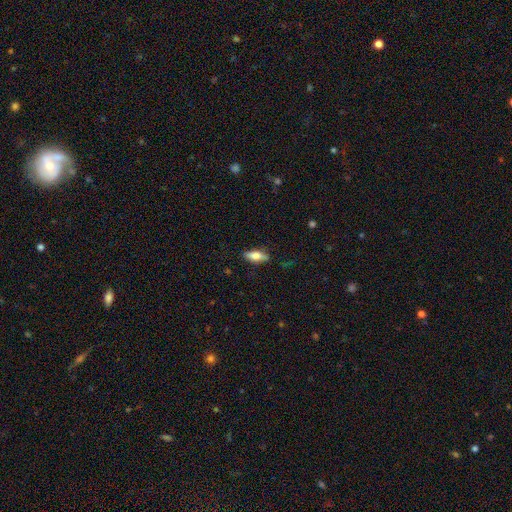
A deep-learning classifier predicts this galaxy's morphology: The model was most divided on "smooth or featured": smooth: 67%, featured or disk: 27%, star or artifact: 7%. More confident: merging — none (83%); how rounded — in between (69%).